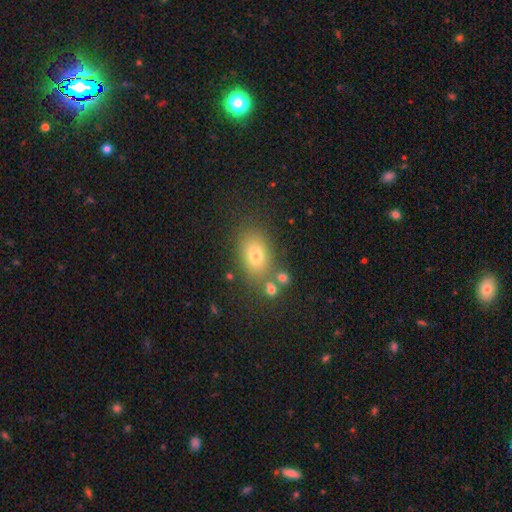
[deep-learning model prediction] Smooth or featured? Predicted: smooth (p=0.73). How rounded? Predicted: in between (p=0.78). Merging? Predicted: none (p=0.71).